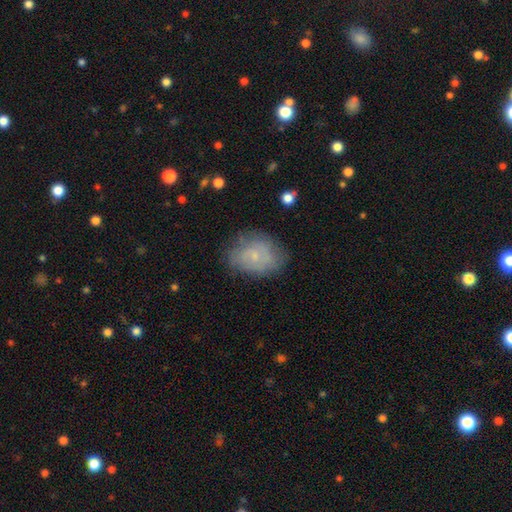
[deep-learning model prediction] Smooth or featured? Predicted: smooth (p=0.59). How rounded? Predicted: in between (p=0.69). Merging? Predicted: none (p=0.68).